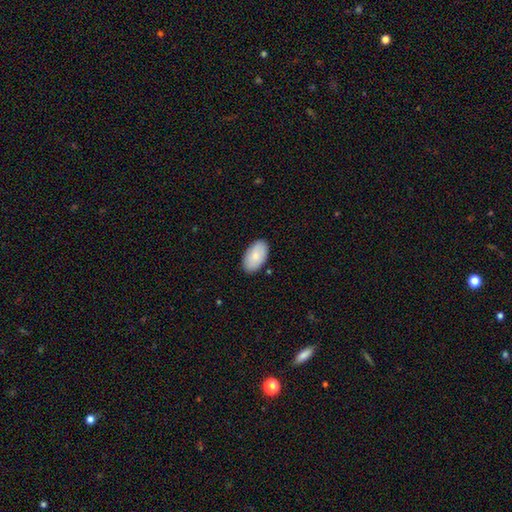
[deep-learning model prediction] Smooth or featured? smooth (84%)
How rounded? in between (96%)
Merging? none (87%)